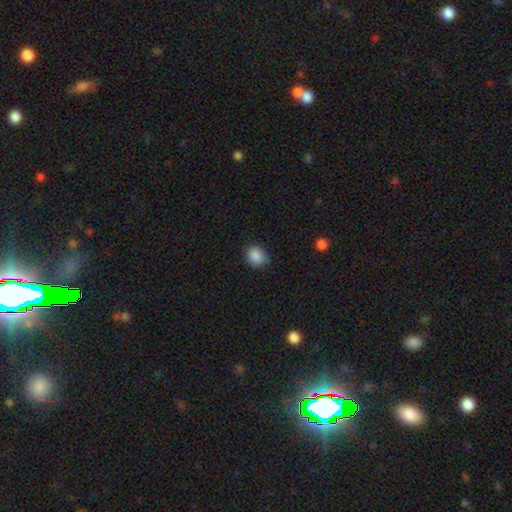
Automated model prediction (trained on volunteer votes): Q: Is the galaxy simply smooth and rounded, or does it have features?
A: smooth — 88%.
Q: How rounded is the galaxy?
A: round — 70%.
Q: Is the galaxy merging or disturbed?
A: none — 81%.